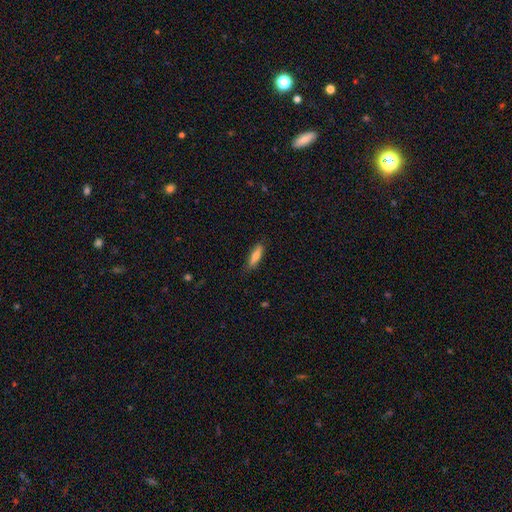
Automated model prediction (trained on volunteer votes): Smooth or featured: smooth — 73% (featured or disk — 21%)
How rounded: cigar-shaped — 66% (in between — 32%)
Merging: none — 82% (minor disturbance — 14%)